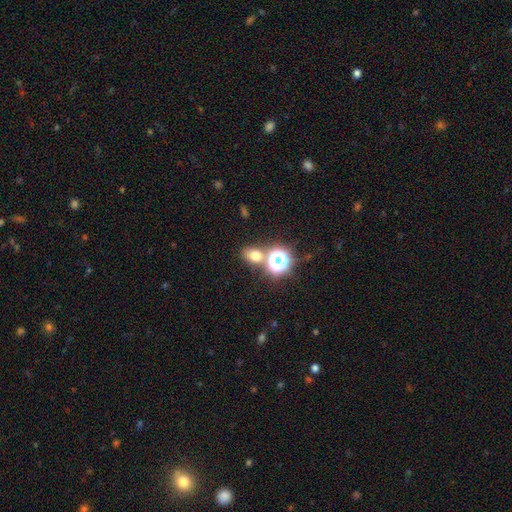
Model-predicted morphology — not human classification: This is likely a smooth galaxy (63%). How rounded: possibly in between (50%). Merging: likely none (62%).